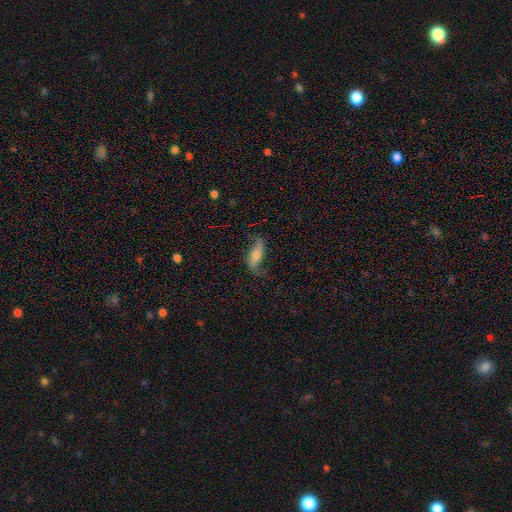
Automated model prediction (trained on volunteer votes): Smooth or featured? featured or disk (55%)
Edge-on disk? no (74%)
Merging? none (65%)